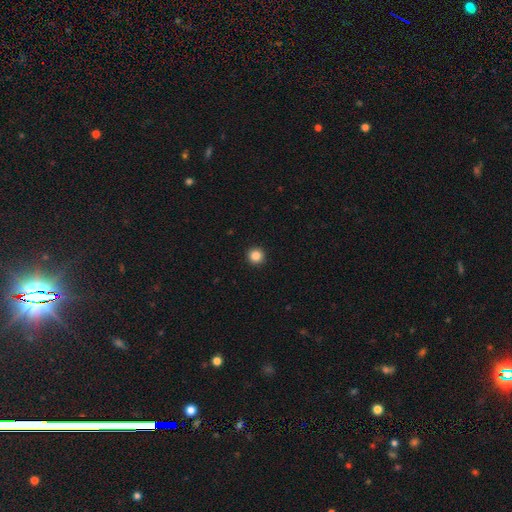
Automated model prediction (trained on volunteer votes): Smooth or featured? smooth (86%)
How rounded? round (96%)
Merging? none (94%)